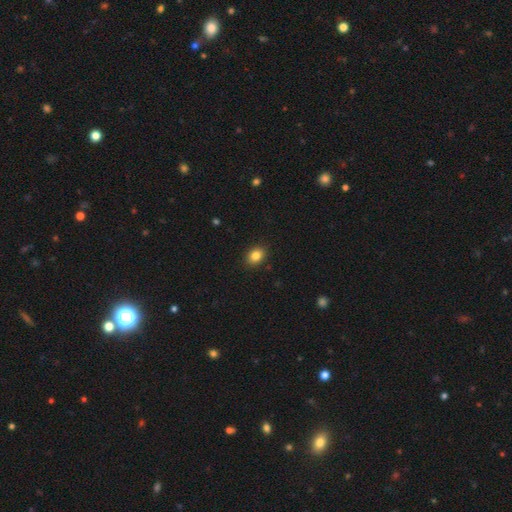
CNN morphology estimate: This is clearly a smooth galaxy (84%). How rounded: likely in between (64%). Merging: clearly none (89%).